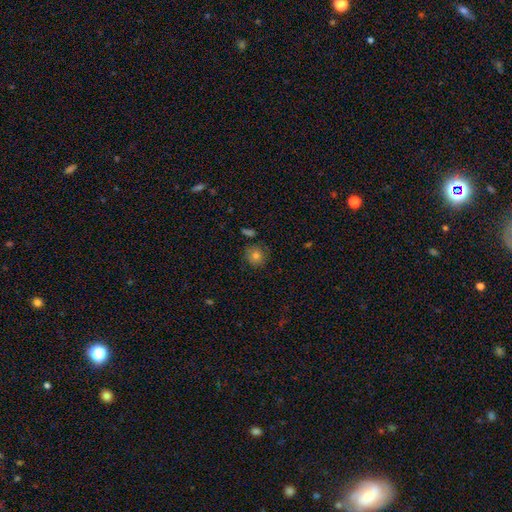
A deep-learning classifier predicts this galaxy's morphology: Overall: smooth (78%). How rounded: round (92%). Merging: none (83%).